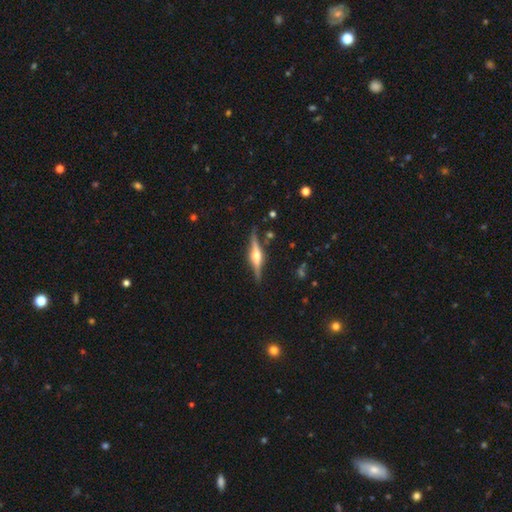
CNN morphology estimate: A featured or disk galaxy (82%) viewed edge-on (98%) with a rounded central bulge (91%). Merging: none (87%).